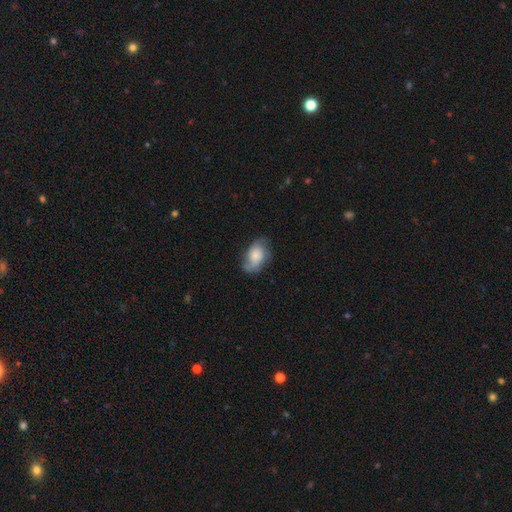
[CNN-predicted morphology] Smooth or featured: smooth — 49% (featured or disk — 42%)
Merging: none — 62% (minor disturbance — 26%)